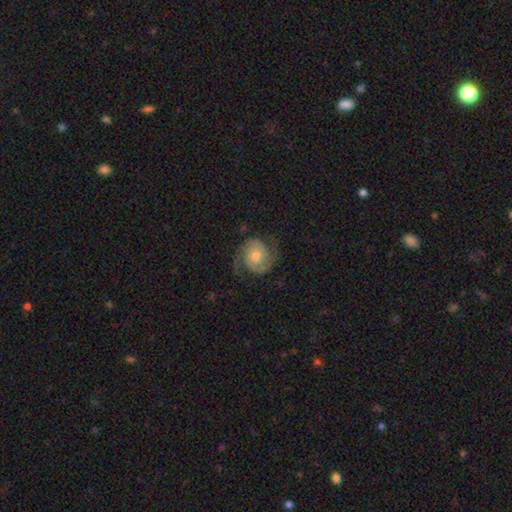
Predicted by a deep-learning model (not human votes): A featured or disk galaxy (88%) with no bar (74%), 2 (93%) medium (46%) spiral arms (98%) and a moderate central bulge (60%).

Vote fractions:
- Smooth or featured? featured or disk: 88% / smooth: 7% / star or artifact: 5%
- Edge-on disk? no: 98% / yes: 2%
- Bar? no: 74% / weak: 21% / strong: 5%
- Spiral arms? yes: 98% / no: 2%
- Spiral winding? medium: 46% / tight: 40% / loose: 14%
- Spiral arm count? 2: 93% / can't tell: 2% / 3: 2% / 1: 1% / 4: 1% / more than 4: 1%
- Bulge size? moderate: 60% / small: 34% / large: 4% / none: 1% / dominant: 1%
- Merging? none: 80% / minor disturbance: 13% / major disturbance: 6% / merger: 1%